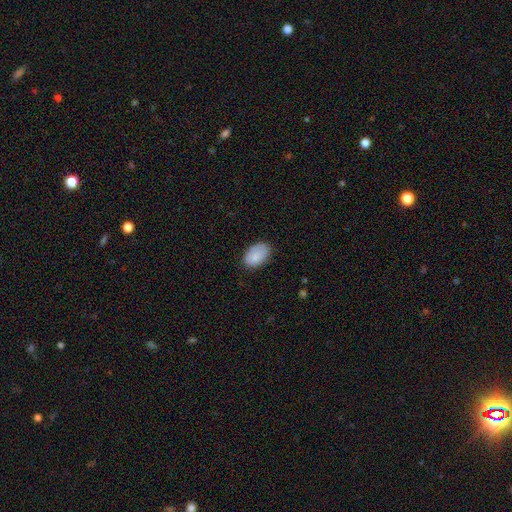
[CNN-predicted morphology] Q: Smooth or featured?
A: smooth (84%); runner-up: featured or disk (9%)
Q: How rounded?
A: in between (91%); runner-up: round (8%)
Q: Merging?
A: none (78%); runner-up: minor disturbance (17%)